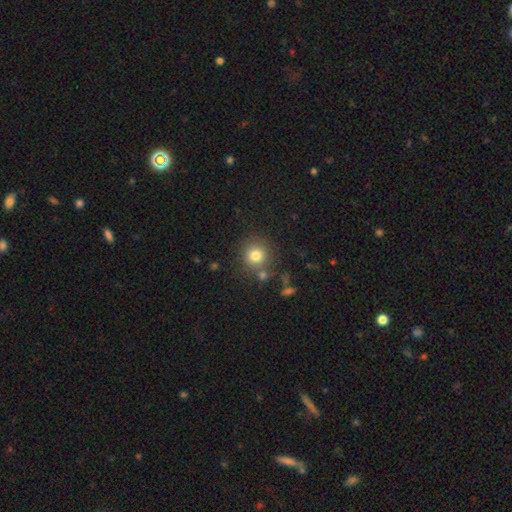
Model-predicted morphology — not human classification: Smooth or featured: smooth — 79% (star or artifact — 13%)
How rounded: round — 92% (in between — 7%)
Merging: none — 77% (minor disturbance — 10%)